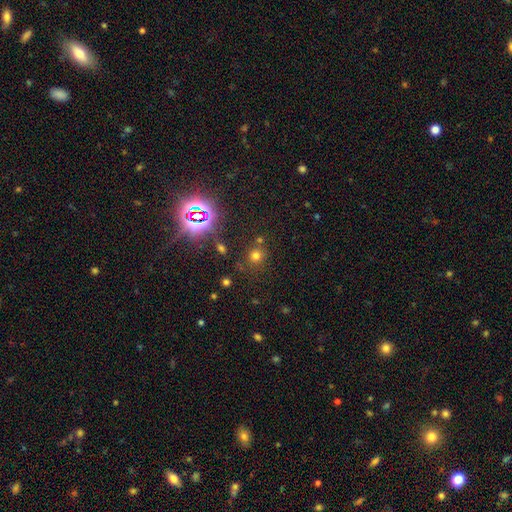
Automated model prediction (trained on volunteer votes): A smooth galaxy with no disk features (64%) that is round (88%). Merging: none (74%).